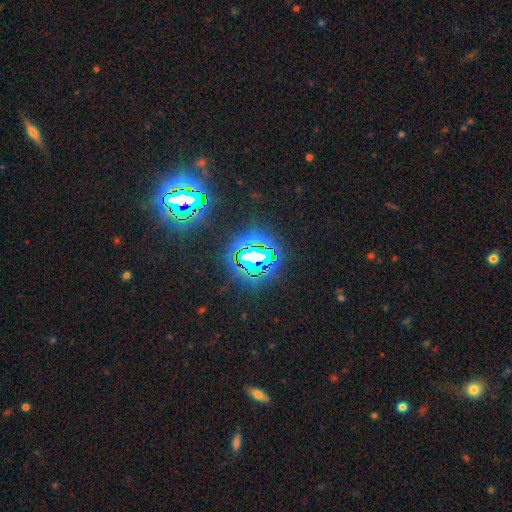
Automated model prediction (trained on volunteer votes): smooth_or_featured: star or artifact (p=0.82) [alt: smooth p=0.11]